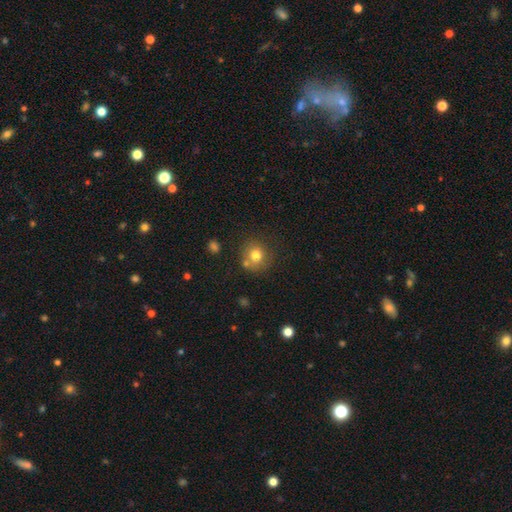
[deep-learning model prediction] Smooth or featured? Predicted: smooth (p=0.76). How rounded? Predicted: round (p=0.86). Merging? Predicted: none (p=0.65).